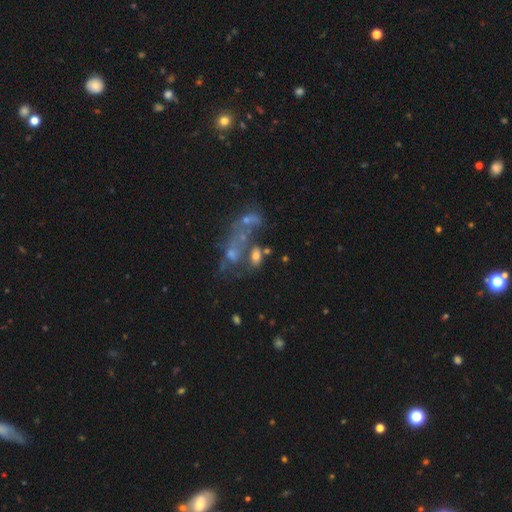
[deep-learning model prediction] smooth_or_featured: smooth (p=0.60) [alt: featured or disk p=0.23]
how_rounded: in between (p=0.82) [alt: round p=0.12]
merging: merger (p=0.38) [alt: none p=0.33]